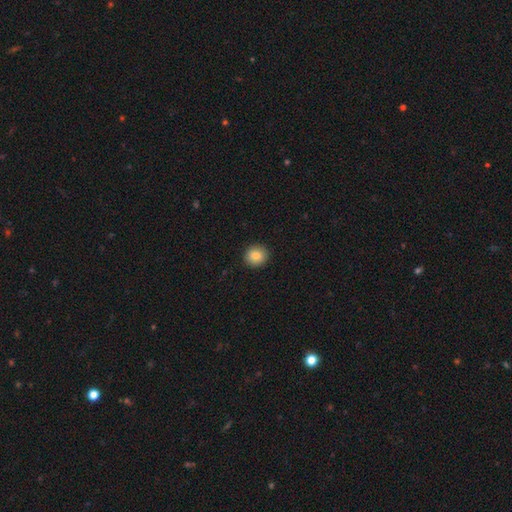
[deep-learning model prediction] This appears to be a smooth galaxy with no disk features (85%) that is round (90%). Merging: none (92%).